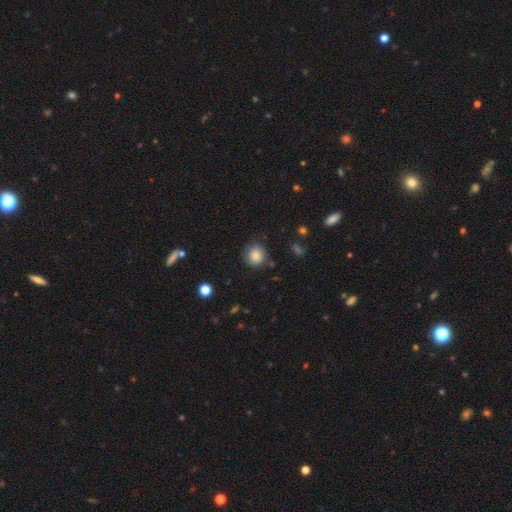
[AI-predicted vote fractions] Q: Smooth or featured?
A: smooth (86%); runner-up: star or artifact (9%)
Q: How rounded?
A: round (84%); runner-up: in between (15%)
Q: Merging?
A: none (82%); runner-up: minor disturbance (12%)